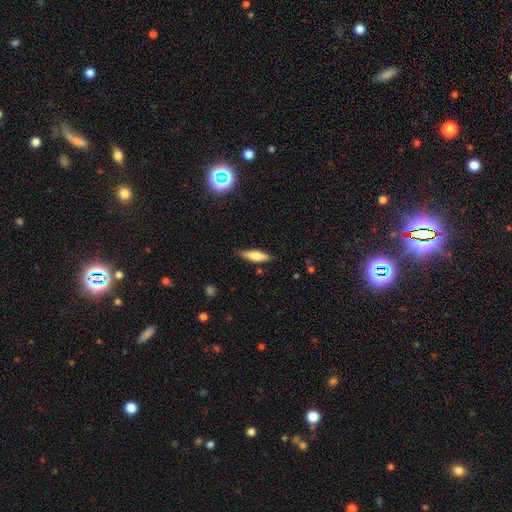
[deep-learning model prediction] Overall: smooth (66%; featured or disk 27%). How rounded: cigar-shaped (59%; in between 39%). Merging: none (85%).